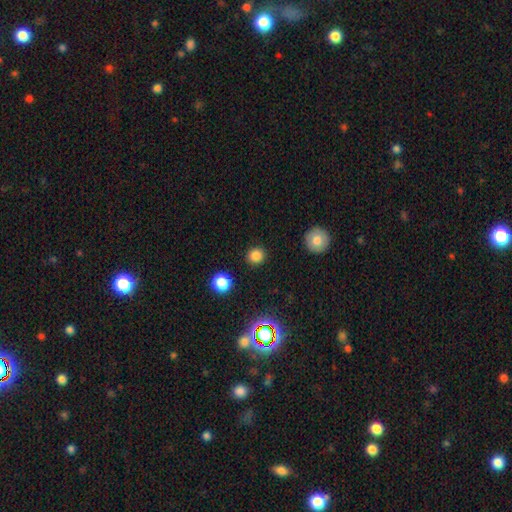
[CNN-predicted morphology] This is clearly a smooth galaxy (81%). How rounded: clearly round (89%). Merging: clearly none (90%).